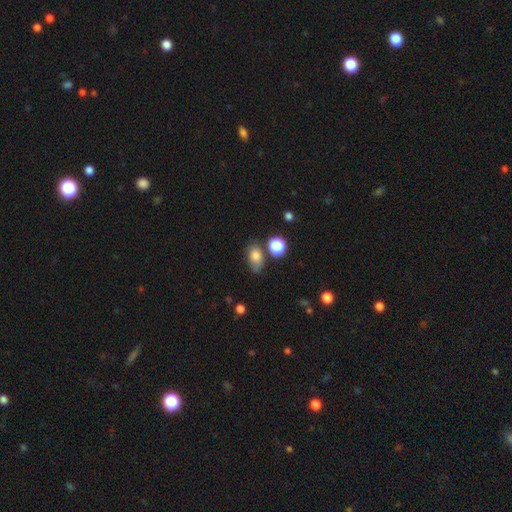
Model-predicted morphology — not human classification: smooth 80%, star or artifact 11%, featured or disk 9%. Down the decision tree: how rounded — in between (81%); merging — none (60%).